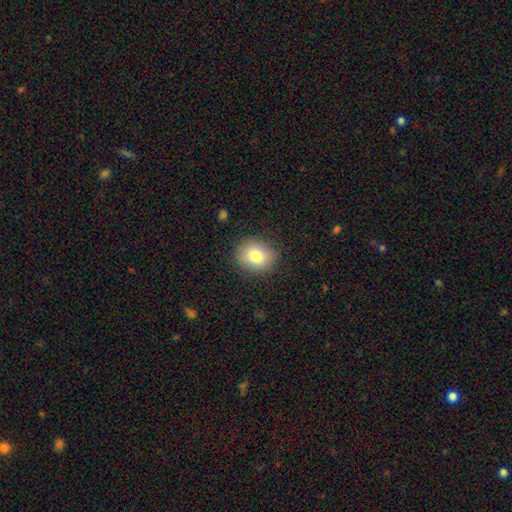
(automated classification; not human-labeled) This is clearly a smooth galaxy (80%). How rounded: likely round (74%). Merging: clearly none (88%).